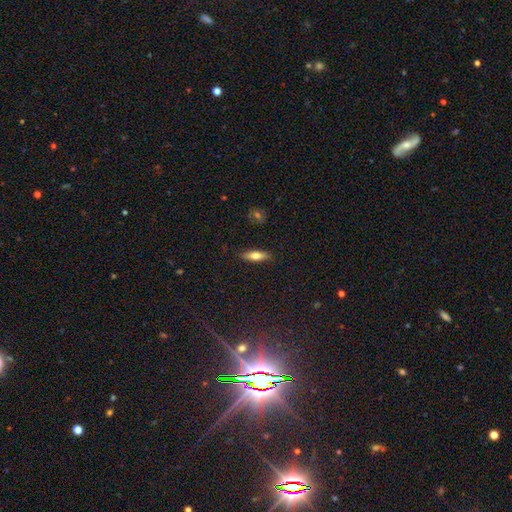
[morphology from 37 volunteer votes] smooth 59%, featured or disk 32%, star or artifact 8%. Down the decision tree: how rounded — cigar-shaped (64%); merging — none (88%).